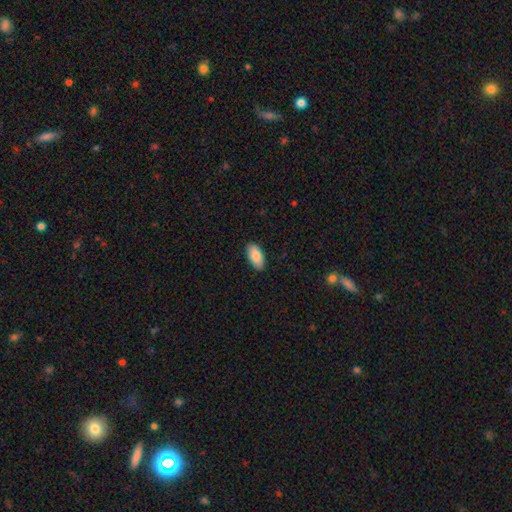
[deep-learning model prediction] Overall: smooth (87%). How rounded: in between (92%). Merging: none (89%).